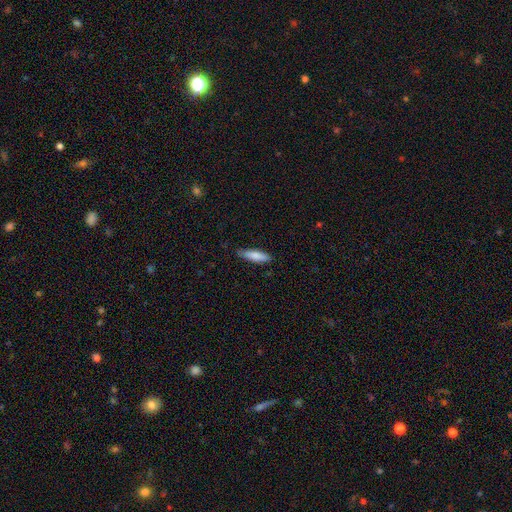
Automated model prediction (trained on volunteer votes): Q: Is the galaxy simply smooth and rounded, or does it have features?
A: smooth — 81%.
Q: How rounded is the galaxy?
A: cigar-shaped — 64%.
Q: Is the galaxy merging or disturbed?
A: none — 82%.